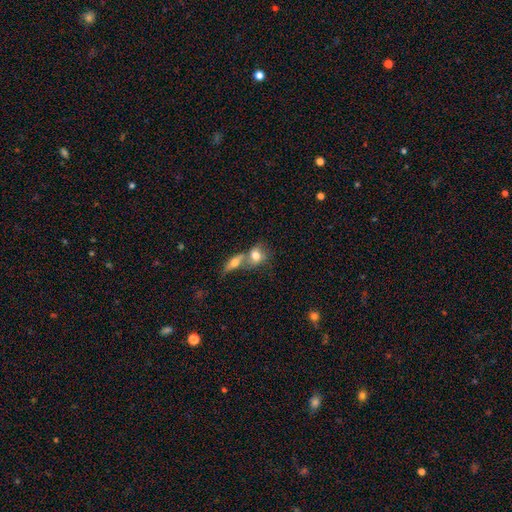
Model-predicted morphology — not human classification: Smooth or featured? Predicted: smooth (p=0.72). How rounded? Predicted: in between (p=0.52). Merging? Predicted: merger (p=0.60).